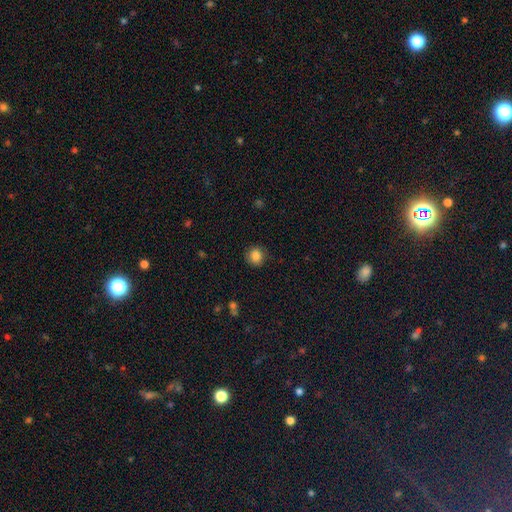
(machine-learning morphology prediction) This appears to be a smooth galaxy with no disk features (85%) that is round (84%). Merging: none (87%).